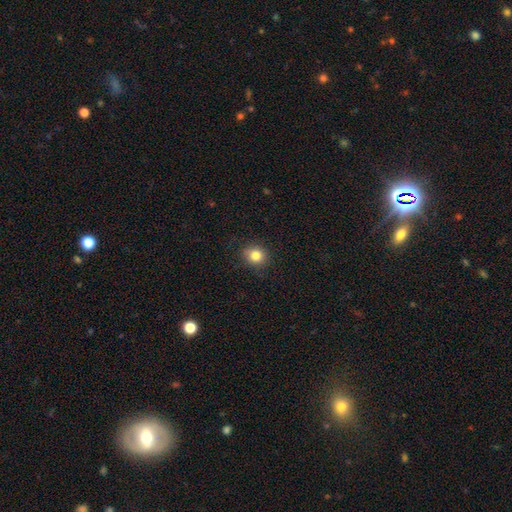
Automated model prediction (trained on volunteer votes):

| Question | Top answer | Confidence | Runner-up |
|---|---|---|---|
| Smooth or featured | smooth | 83% | star or artifact (11%) |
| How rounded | round | 78% | in between (22%) |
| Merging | none | 87% | minor disturbance (10%) |